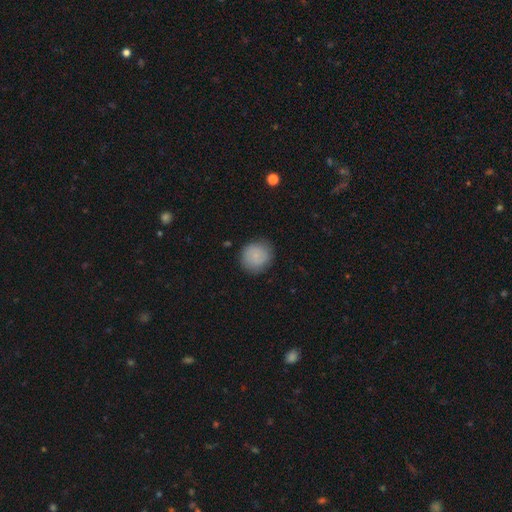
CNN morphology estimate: This appears to be a smooth galaxy with no disk features (81%) that is round (89%). Merging: none (83%).